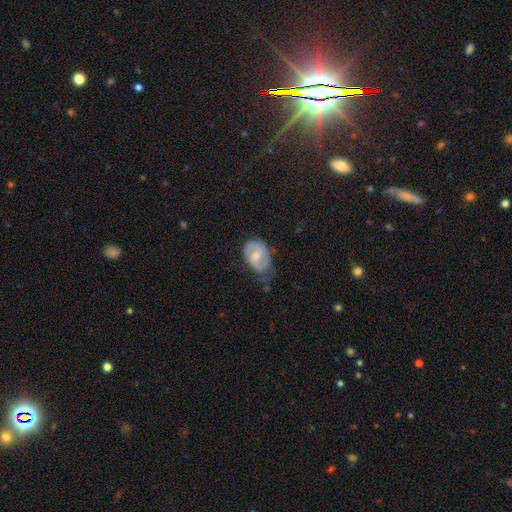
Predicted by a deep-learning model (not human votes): smooth-or-featured: featured or disk: 52% | smooth: 40% | star or artifact: 8%
  disk-edge-on: no: 95% | yes: 5%
  merging: none: 42% | minor disturbance: 39% | major disturbance: 17% | merger: 2%